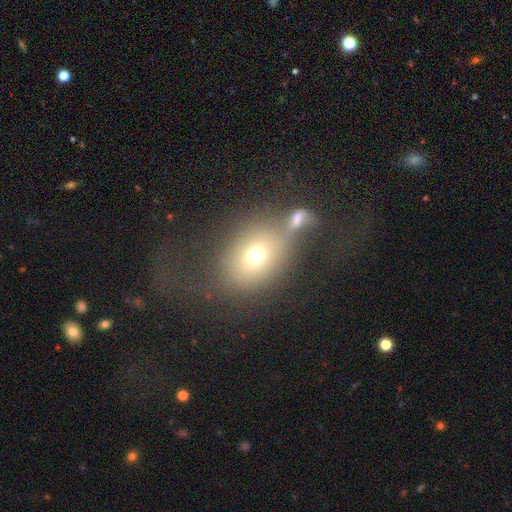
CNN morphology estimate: The model was most divided on "merging": merger: 33%, none: 30%, major disturbance: 24%, minor disturbance: 13%. More confident: smooth or featured — smooth (66%); how rounded — in between (58%).